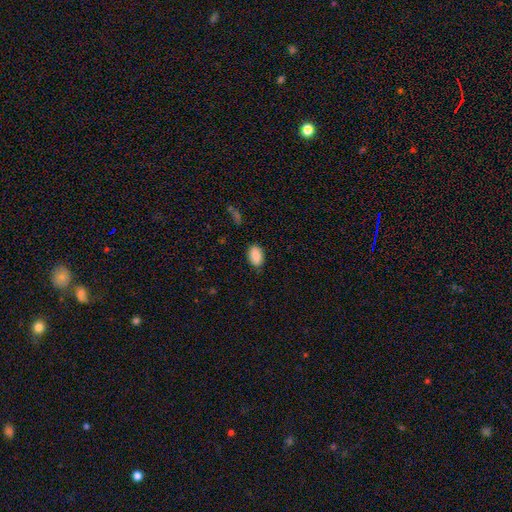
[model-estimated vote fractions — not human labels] Smooth or featured? smooth (87%)
How rounded? in between (91%)
Merging? none (81%)